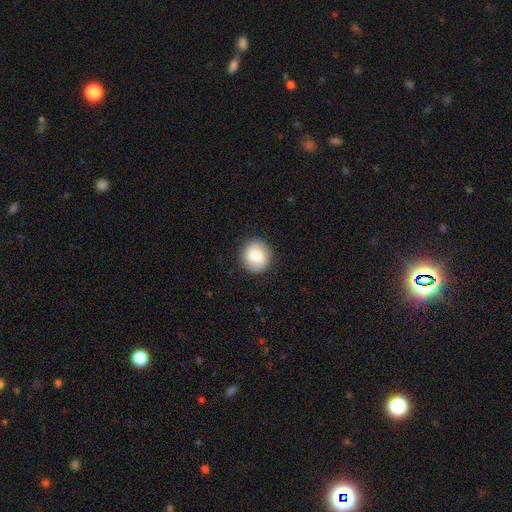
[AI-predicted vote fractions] A smooth galaxy with no disk features (52%) that is round (90%).

Vote fractions:
- Smooth or featured? smooth: 52% / featured or disk: 40% / star or artifact: 8%
- How rounded? round: 90% / in between: 9% / cigar-shaped: 1%
- Merging? none: 87% / minor disturbance: 9% / major disturbance: 3% / merger: 1%